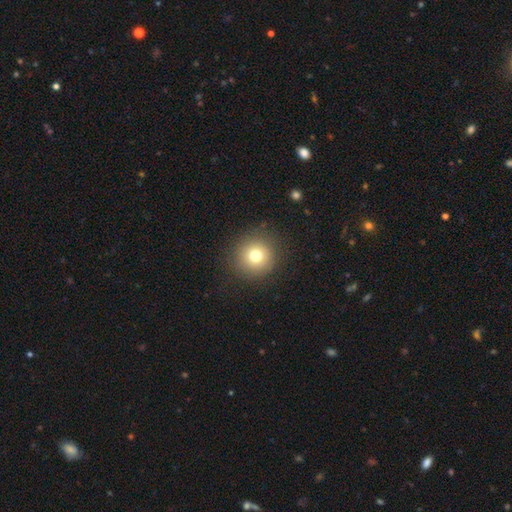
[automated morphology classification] Smooth or featured: smooth — 75% (star or artifact — 14%)
How rounded: round — 95% (in between — 5%)
Merging: none — 89% (minor disturbance — 7%)